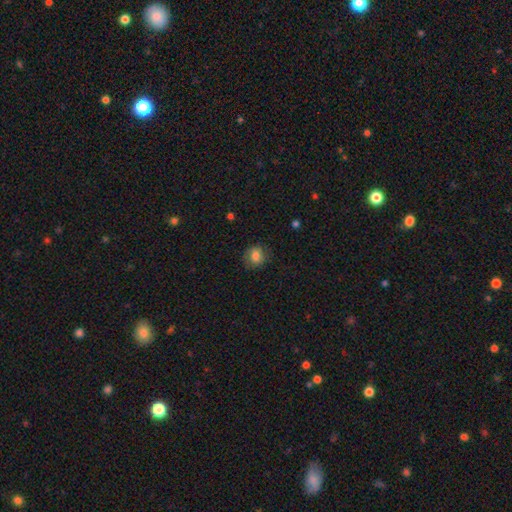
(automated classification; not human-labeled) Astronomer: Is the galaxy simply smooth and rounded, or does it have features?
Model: smooth — 76%.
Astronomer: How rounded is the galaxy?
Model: round — 71%.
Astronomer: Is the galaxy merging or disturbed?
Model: none — 76%.